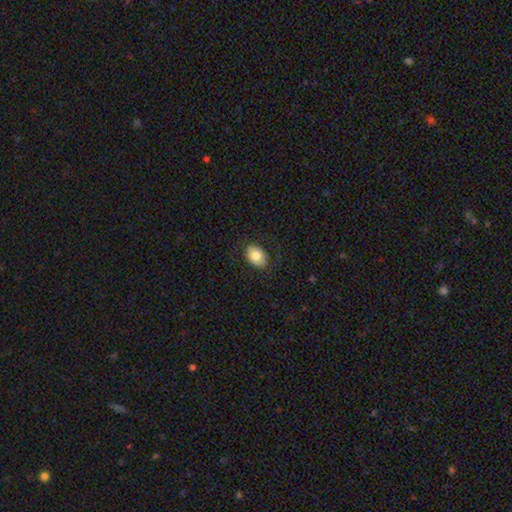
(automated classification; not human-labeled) A smooth galaxy with no disk features (79%) that is in between round and cigar-shaped (75%). Merging: none (84%).